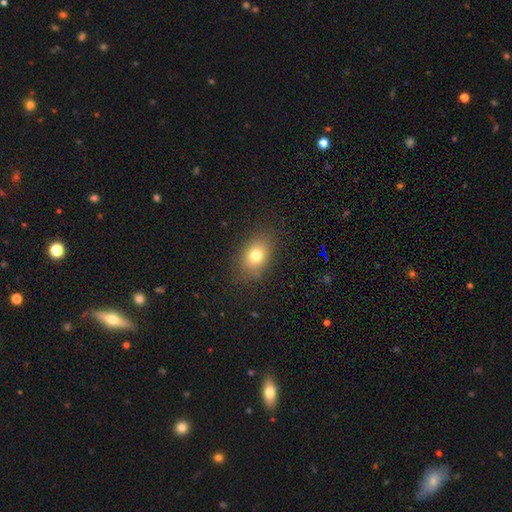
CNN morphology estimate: The model was most divided on "how rounded": in between: 73%, round: 25%, cigar-shaped: 2%. More confident: merging — none (84%); smooth or featured — smooth (75%).